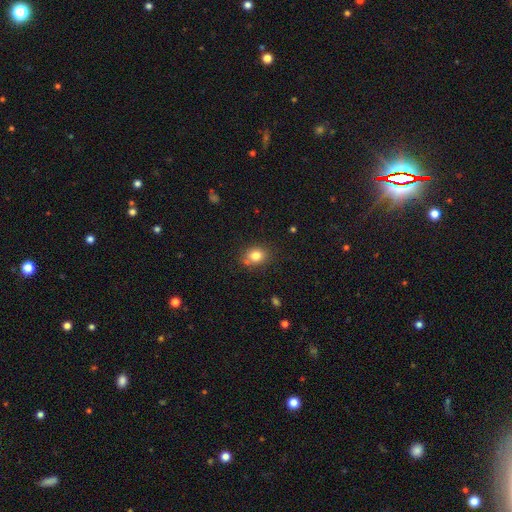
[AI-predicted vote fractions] Morphology: type=smooth (81%); roundness=round (55%); merging=none (76%).